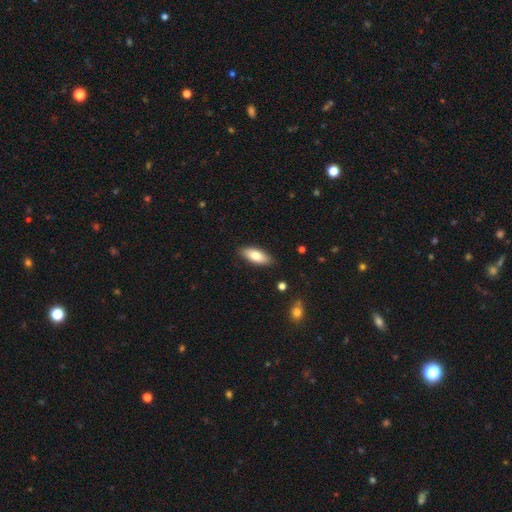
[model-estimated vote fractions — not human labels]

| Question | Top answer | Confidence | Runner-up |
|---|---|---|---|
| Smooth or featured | smooth | 81% | featured or disk (13%) |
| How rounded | in between | 82% | cigar-shaped (16%) |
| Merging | none | 87% | minor disturbance (10%) |